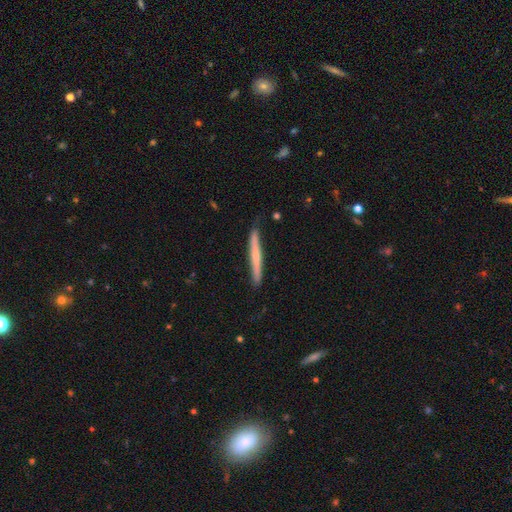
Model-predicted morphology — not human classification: Smooth or featured? smooth (48%)
Merging? none (83%)